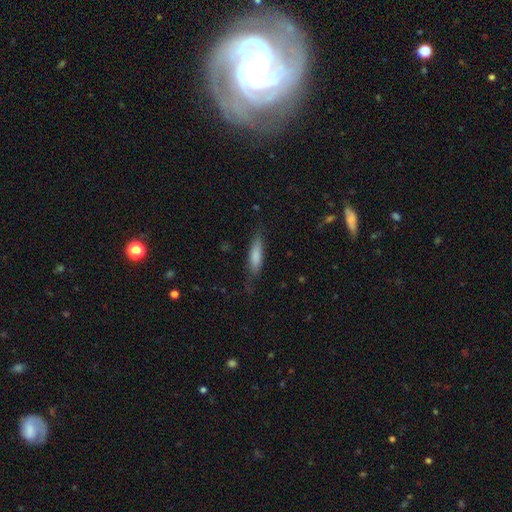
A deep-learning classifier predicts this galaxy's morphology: A smooth galaxy with no disk features (78%) that is cigar-shaped (65%). Merging: none (70%).